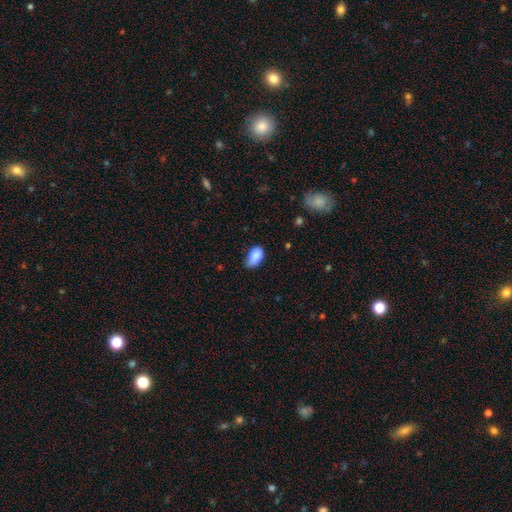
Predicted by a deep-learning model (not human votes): Smooth or featured? Predicted: smooth (p=0.86). How rounded? Predicted: in between (p=0.92). Merging? Predicted: none (p=0.49).